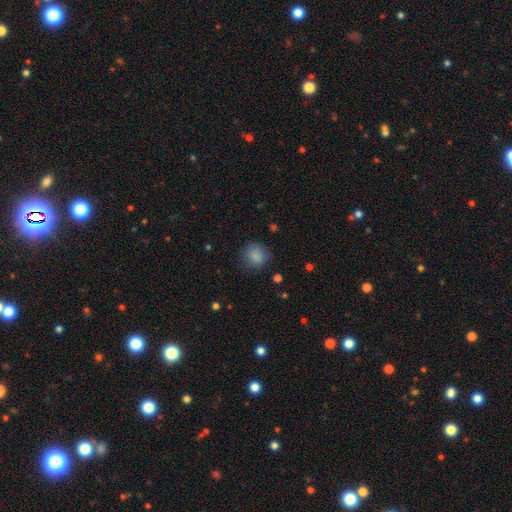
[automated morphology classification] A smooth galaxy with no disk features (85%) that is round (83%).

Vote fractions:
- Smooth or featured? smooth: 85% / star or artifact: 9% / featured or disk: 6%
- How rounded? round: 83% / in between: 16% / cigar-shaped: 1%
- Merging? none: 76% / minor disturbance: 17% / major disturbance: 6% / merger: 1%